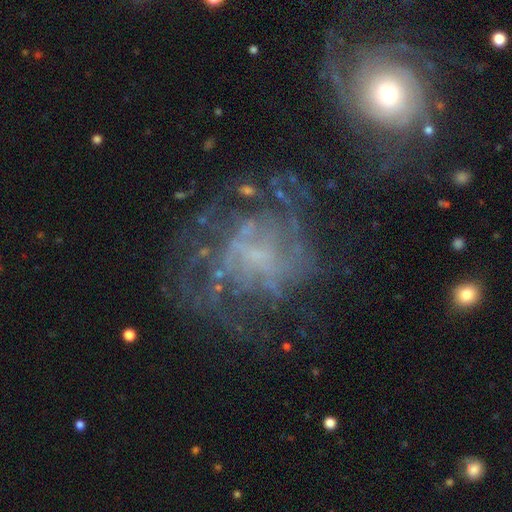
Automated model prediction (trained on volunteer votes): Smooth or featured? featured or disk (72%)
Edge-on disk? no (98%)
Bar? no (66%)
Spiral arms? yes (66%)
Bulge size? none (48%)
Merging? none (52%)